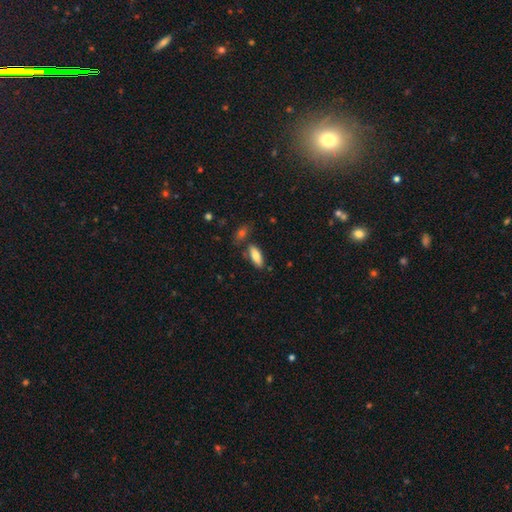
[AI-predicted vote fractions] smooth_or_featured: smooth (p=0.79) [alt: featured or disk p=0.14]
how_rounded: in between (p=0.72) [alt: cigar-shaped p=0.26]
merging: none (p=0.73) [alt: minor disturbance p=0.14]